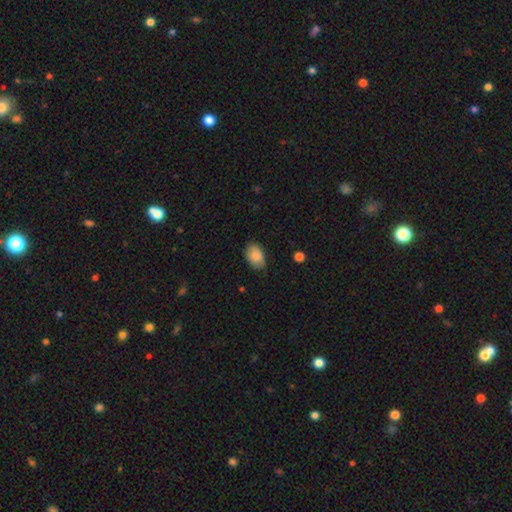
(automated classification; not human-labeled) Smooth or featured: smooth — 84% (featured or disk — 9%)
How rounded: in between — 88% (round — 11%)
Merging: none — 75% (minor disturbance — 21%)